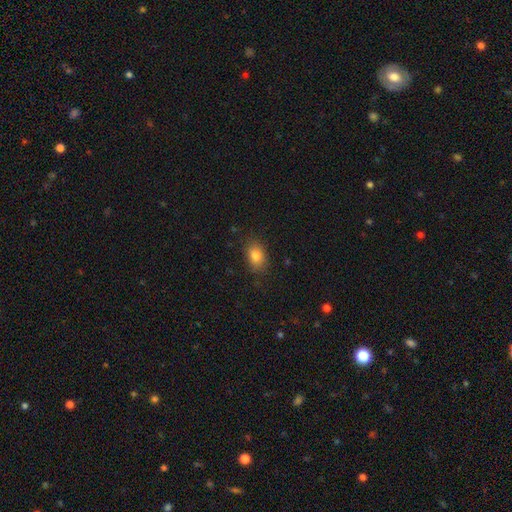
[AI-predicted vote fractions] The model was most divided on "how rounded": in between: 78%, round: 20%, cigar-shaped: 1%. More confident: smooth or featured — smooth (83%); merging — none (83%).